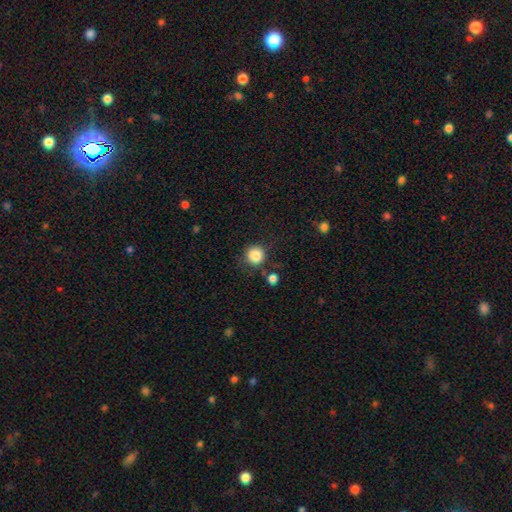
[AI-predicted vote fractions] A smooth galaxy with no disk features (85%) that is round (91%). Merging: none (76%).